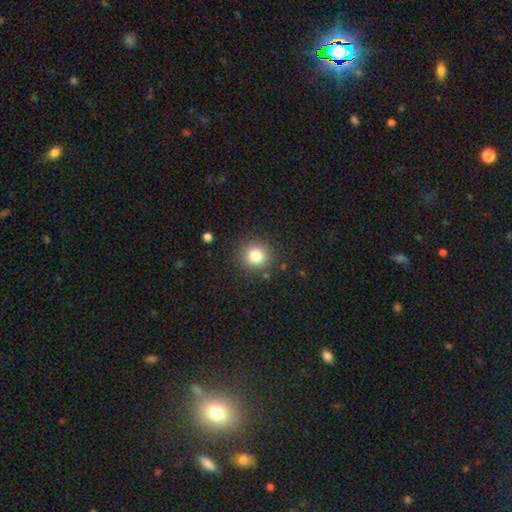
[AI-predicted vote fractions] smooth-or-featured: smooth: 81% | star or artifact: 12% | featured or disk: 7%
  how-rounded: round: 92% | in between: 7% | cigar-shaped: 1%
  merging: none: 88% | minor disturbance: 7% | major disturbance: 3% | merger: 2%